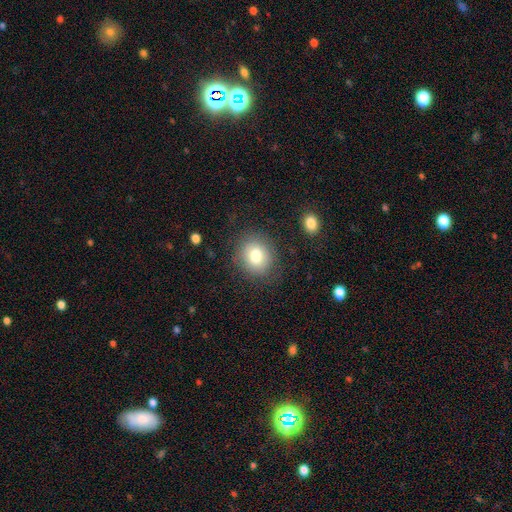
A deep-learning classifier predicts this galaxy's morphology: Q: Smooth or featured?
A: smooth (76%); runner-up: featured or disk (13%)
Q: How rounded?
A: round (72%); runner-up: in between (27%)
Q: Merging?
A: none (81%); runner-up: minor disturbance (12%)